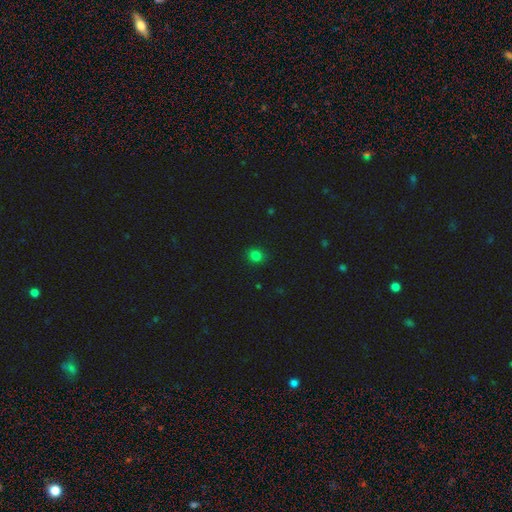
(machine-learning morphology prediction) type=smooth (80%); roundness=round (81%); merging=none (89%).